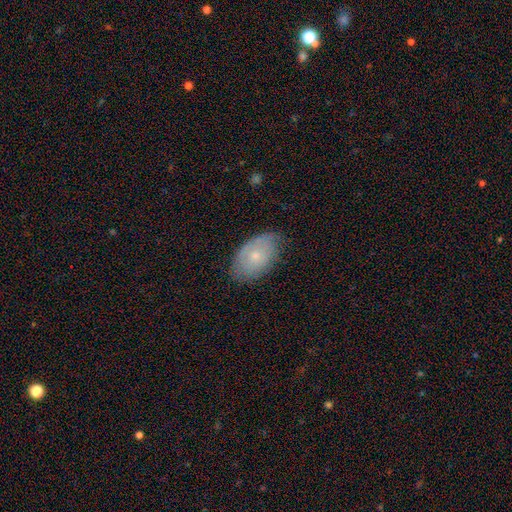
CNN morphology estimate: Q: Smooth or featured?
A: smooth (59%); runner-up: featured or disk (34%)
Q: How rounded?
A: in between (90%); runner-up: round (8%)
Q: Merging?
A: none (67%); runner-up: minor disturbance (27%)